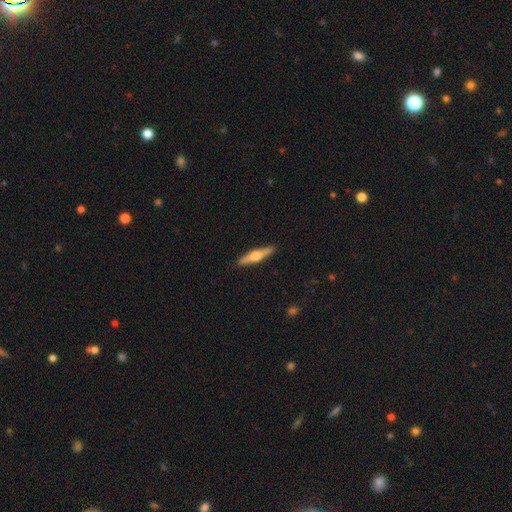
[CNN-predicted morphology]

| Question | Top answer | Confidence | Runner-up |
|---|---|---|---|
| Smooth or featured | featured or disk | 61% | smooth (33%) |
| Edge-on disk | yes | 97% | no (3%) |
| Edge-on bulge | rounded | 93% | boxy (4%) |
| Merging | none | 91% | minor disturbance (7%) |